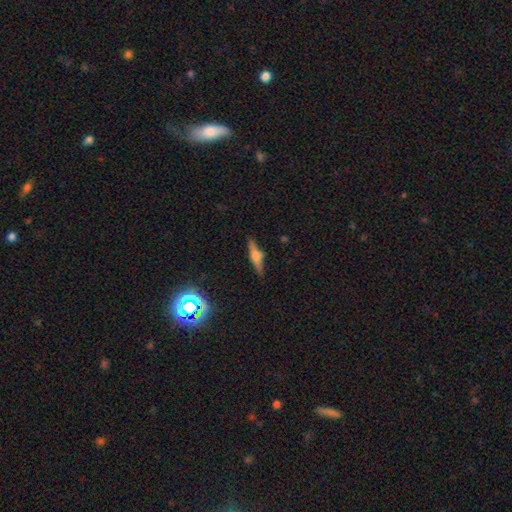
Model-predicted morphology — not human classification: This is possibly a featured or disk galaxy (58%). It is clearly viewed edge-on (95%). Edge-on bulge: clearly rounded (83%). Merging: clearly none (83%).